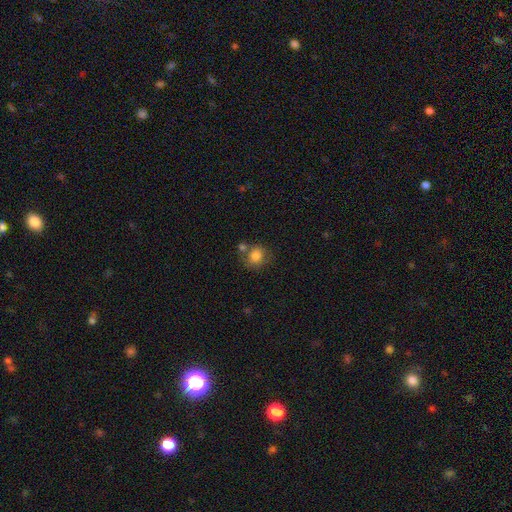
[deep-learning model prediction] This appears to be a smooth galaxy with no disk features (83%) that is round (77%). Merging: none (59%).